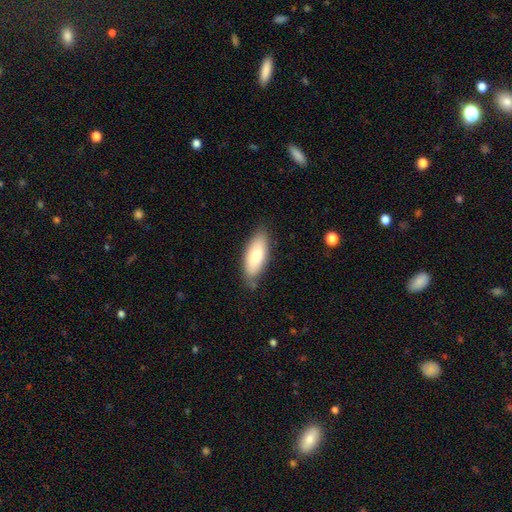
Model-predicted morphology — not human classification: smooth_or_featured: smooth (p=0.73) [alt: featured or disk p=0.21]
how_rounded: in between (p=0.82) [alt: cigar-shaped p=0.16]
merging: none (p=0.75) [alt: minor disturbance p=0.19]